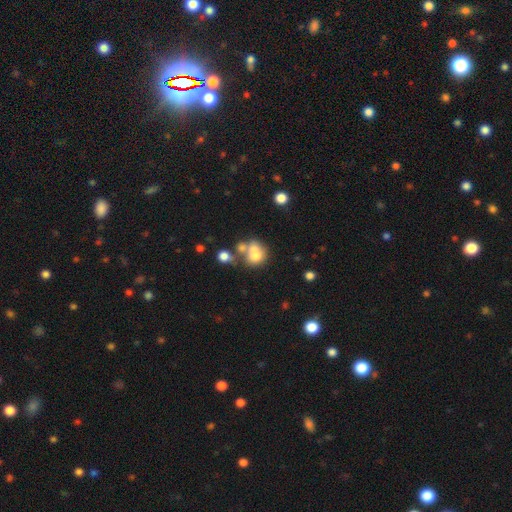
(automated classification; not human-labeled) Smooth or featured?
  - smooth: 63% *
  - featured or disk: 24%
  - star or artifact: 13%
How rounded?
  - round: 70% *
  - in between: 29%
  - cigar-shaped: 1%
Merging?
  - merger: 52% *
  - none: 31%
  - minor disturbance: 10%
  - major disturbance: 7%